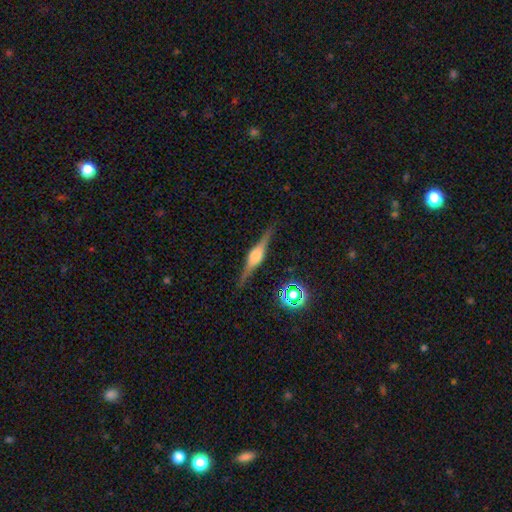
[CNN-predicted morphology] This appears to be a featured or disk galaxy (81%) viewed edge-on (98%) with a rounded central bulge (79%). Merging: none (87%).